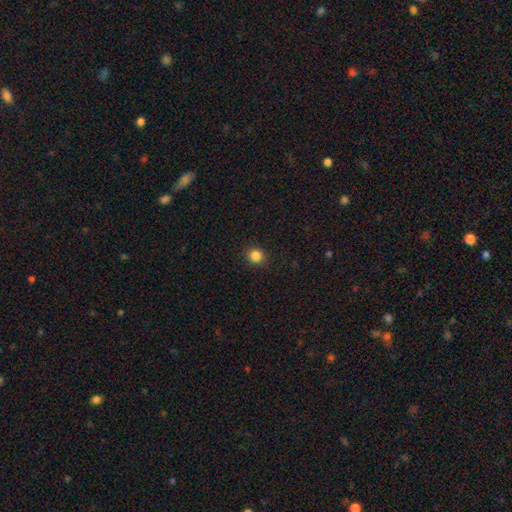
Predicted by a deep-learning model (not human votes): Smooth or featured?
  - smooth: 85% *
  - star or artifact: 12%
  - featured or disk: 4%
How rounded?
  - round: 92% *
  - in between: 7%
  - cigar-shaped: 1%
Merging?
  - none: 92% *
  - minor disturbance: 5%
  - major disturbance: 2%
  - merger: 1%